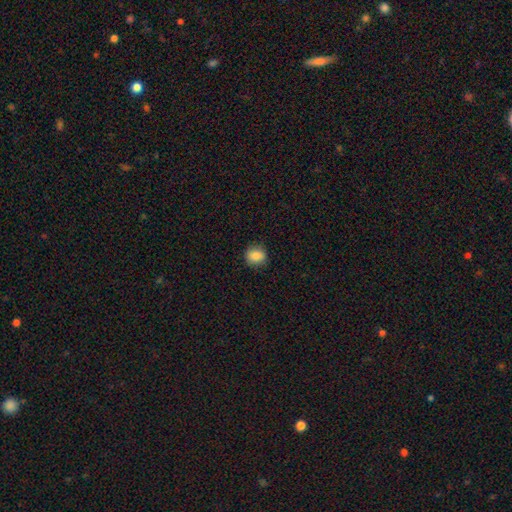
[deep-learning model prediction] Smooth or featured?
  - smooth: 86% *
  - star or artifact: 9%
  - featured or disk: 5%
How rounded?
  - round: 74% *
  - in between: 25%
  - cigar-shaped: 1%
Merging?
  - none: 86% *
  - minor disturbance: 10%
  - major disturbance: 3%
  - merger: 1%